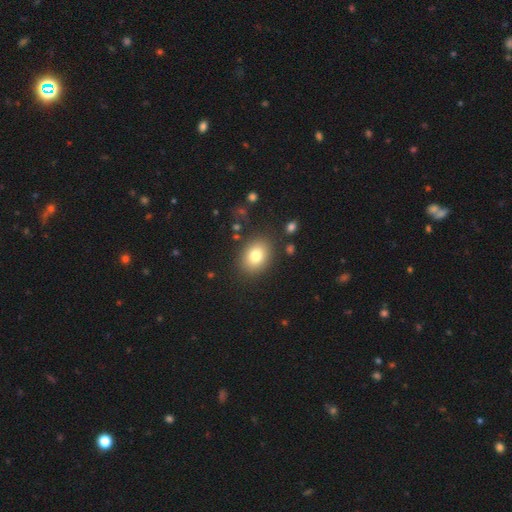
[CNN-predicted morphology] Overall: smooth (79%). How rounded: in between (60%; round 39%). Merging: none (86%).